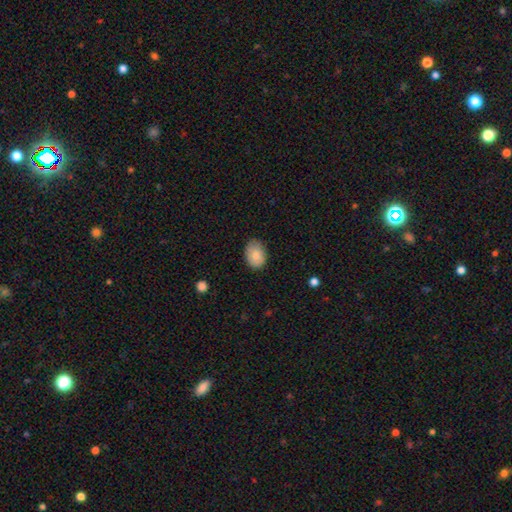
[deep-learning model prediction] Smooth or featured?
  - smooth: 84% *
  - featured or disk: 8%
  - star or artifact: 7%
How rounded?
  - in between: 79% *
  - round: 20%
  - cigar-shaped: 1%
Merging?
  - none: 78% *
  - minor disturbance: 18%
  - major disturbance: 3%
  - merger: 1%